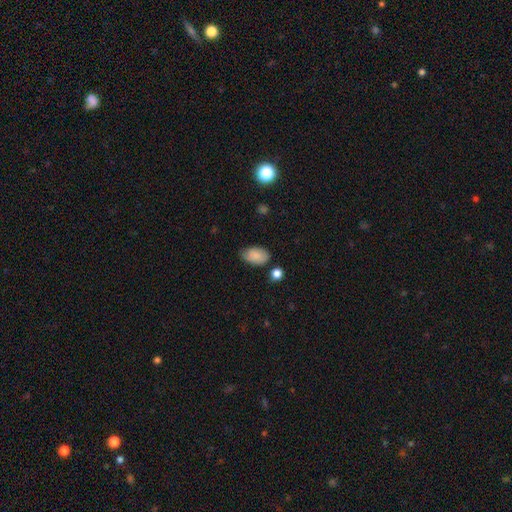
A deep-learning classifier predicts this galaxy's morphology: smooth-or-featured: smooth: 85% | star or artifact: 7% | featured or disk: 7%
  how-rounded: in between: 92% | round: 6% | cigar-shaped: 1%
  merging: none: 69% | minor disturbance: 23% | major disturbance: 4% | merger: 4%